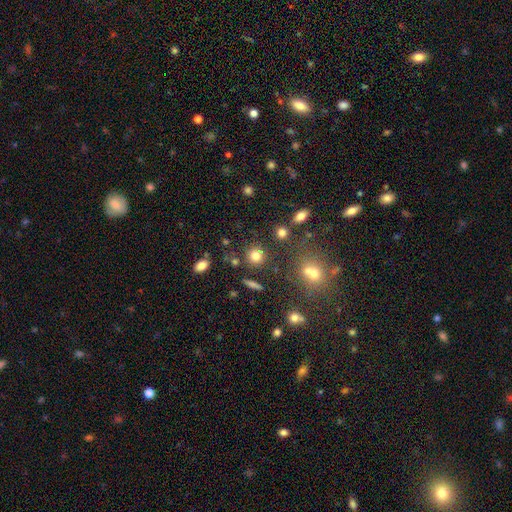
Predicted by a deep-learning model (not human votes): A smooth galaxy with no disk features (76%) that is round (89%). Merging: none (81%).